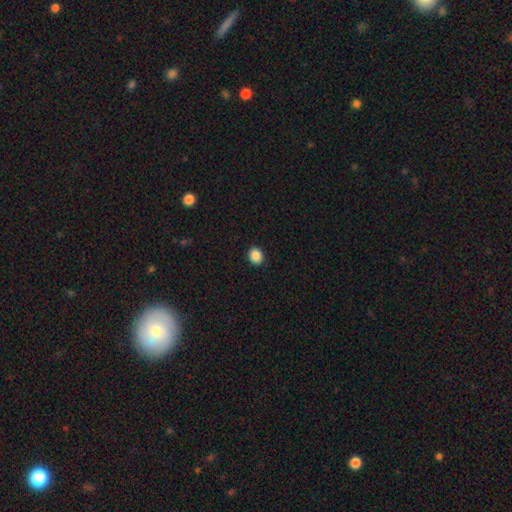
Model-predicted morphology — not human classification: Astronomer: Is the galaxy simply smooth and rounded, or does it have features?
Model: smooth — 88%.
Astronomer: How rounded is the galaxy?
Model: round — 65%.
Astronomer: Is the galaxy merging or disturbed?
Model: none — 92%.